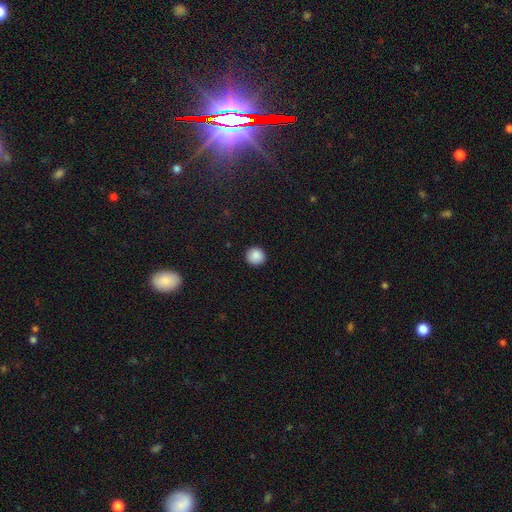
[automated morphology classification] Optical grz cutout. It shows a smooth galaxy with no disk features (88%) that is round (93%). Merging: none (92%).